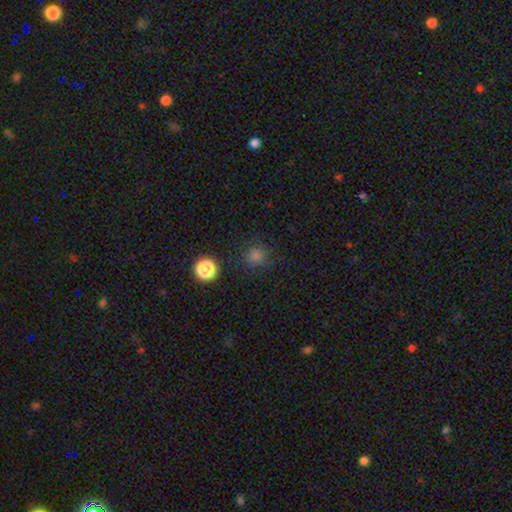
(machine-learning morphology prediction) This appears to be a smooth galaxy with no disk features (76%) that is round (92%). Merging: none (85%).